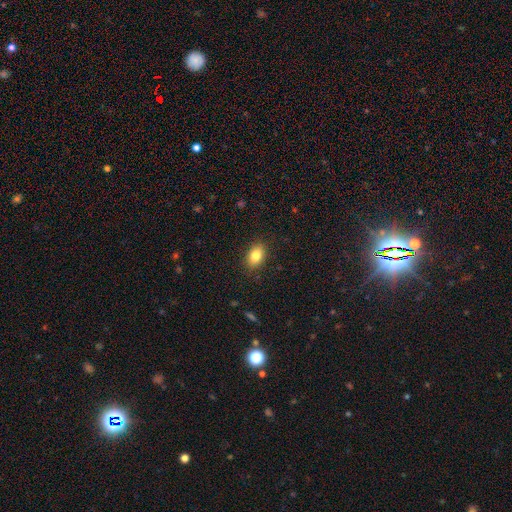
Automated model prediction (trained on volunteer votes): A smooth galaxy with no disk features (84%) that is in between round and cigar-shaped (85%). Merging: none (88%).